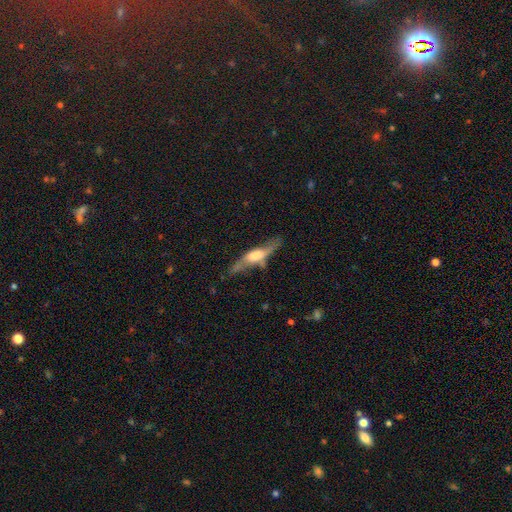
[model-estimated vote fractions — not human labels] A featured or disk galaxy (61%) viewed edge-on (75%).

Vote fractions:
- Smooth or featured? featured or disk: 61% / smooth: 32% / star or artifact: 7%
- Edge-on disk? yes: 75% / no: 25%
- Merging? none: 59% / minor disturbance: 25% / major disturbance: 12% / merger: 5%